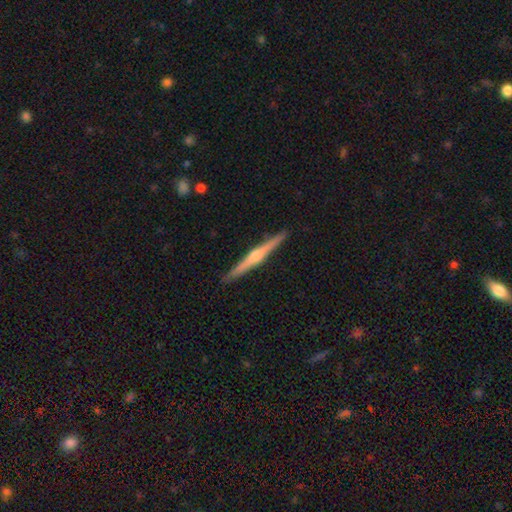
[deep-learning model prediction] A featured or disk galaxy (76%) viewed edge-on (98%) with a rounded central bulge (87%).

Vote fractions:
- Smooth or featured? featured or disk: 76% / smooth: 19% / star or artifact: 5%
- Edge-on disk? yes: 98% / no: 2%
- Edge-on bulge? rounded: 87% / none: 8% / boxy: 5%
- Merging? none: 92% / minor disturbance: 6% / major disturbance: 1% / merger: 1%